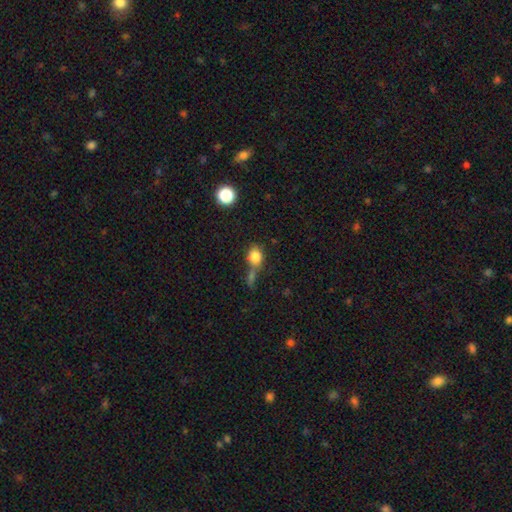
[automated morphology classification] A smooth galaxy with no disk features (80%) that is round (57%). Merging: none (40%).